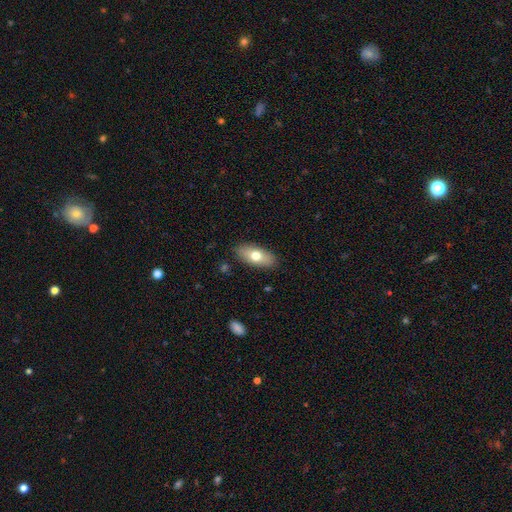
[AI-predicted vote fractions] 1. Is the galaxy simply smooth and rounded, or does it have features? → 70% smooth, 24% featured or disk, 6% star or artifact.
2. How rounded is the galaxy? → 86% in between, 11% cigar-shaped, 4% round.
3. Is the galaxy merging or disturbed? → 88% none, 9% minor disturbance, 2% major disturbance, 1% merger.